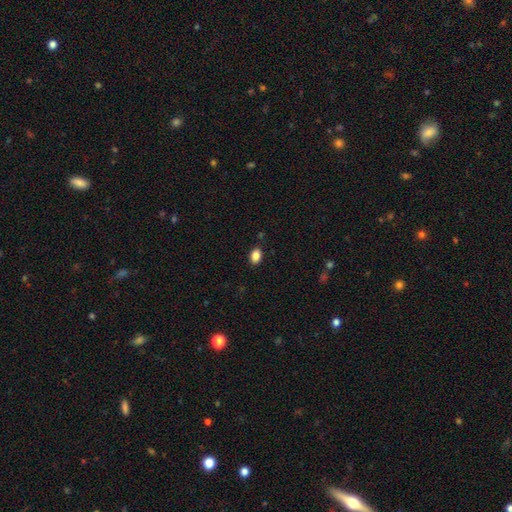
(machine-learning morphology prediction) smooth_or_featured: smooth (p=0.86) [alt: star or artifact p=0.09]
how_rounded: in between (p=0.77) [alt: round p=0.22]
merging: none (p=0.87) [alt: minor disturbance p=0.09]